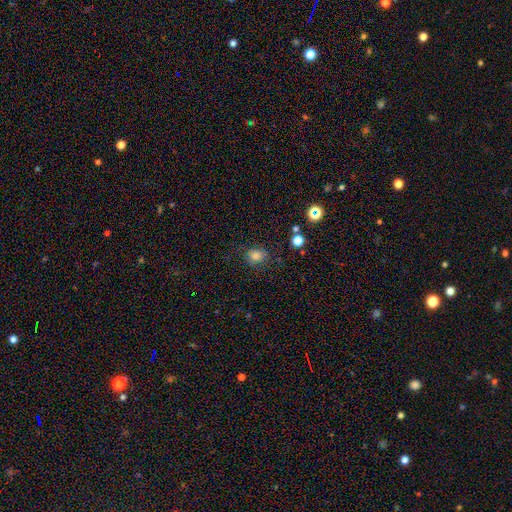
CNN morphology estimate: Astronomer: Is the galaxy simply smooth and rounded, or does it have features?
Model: smooth — 79%.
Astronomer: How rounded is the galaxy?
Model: round — 70%.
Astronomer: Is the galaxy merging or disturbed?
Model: none — 76%.